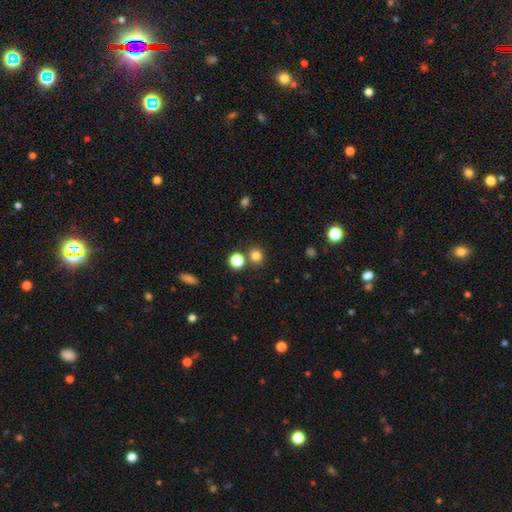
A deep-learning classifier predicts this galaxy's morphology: Smooth or featured: smooth — 80% (star or artifact — 15%)
How rounded: round — 78% (in between — 21%)
Merging: none — 76% (merger — 12%)